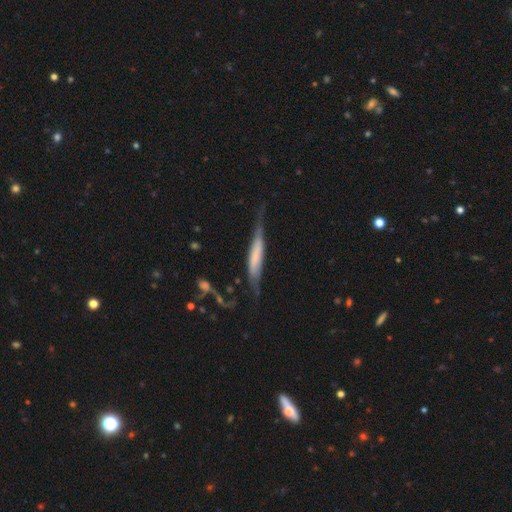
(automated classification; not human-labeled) Q: Smooth or featured?
A: featured or disk (52%); runner-up: smooth (41%)
Q: Edge-on disk?
A: yes (80%); runner-up: no (20%)
Q: Merging?
A: none (47%); runner-up: minor disturbance (27%)